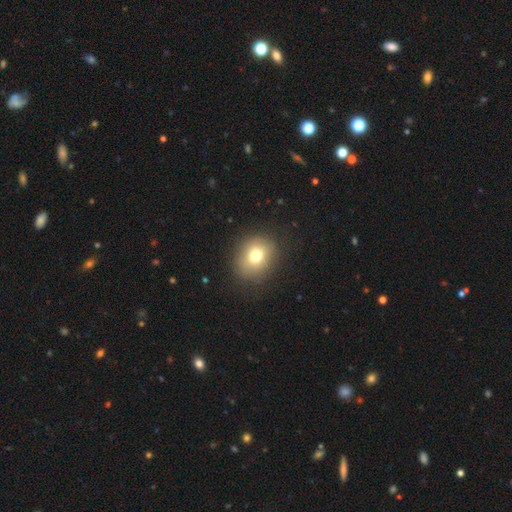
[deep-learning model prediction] A smooth galaxy with no disk features (74%) that is round (65%). Merging: none (85%).